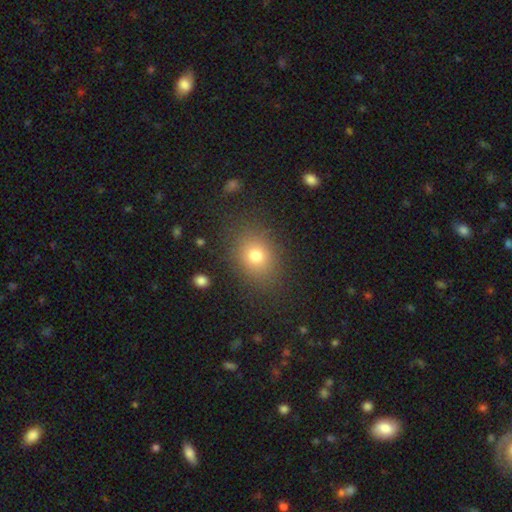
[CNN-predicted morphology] smooth-or-featured: smooth: 76% | star or artifact: 13% | featured or disk: 11%
  how-rounded: in between: 50% | round: 49% | cigar-shaped: 1%
  merging: none: 84% | minor disturbance: 10% | major disturbance: 4% | merger: 1%